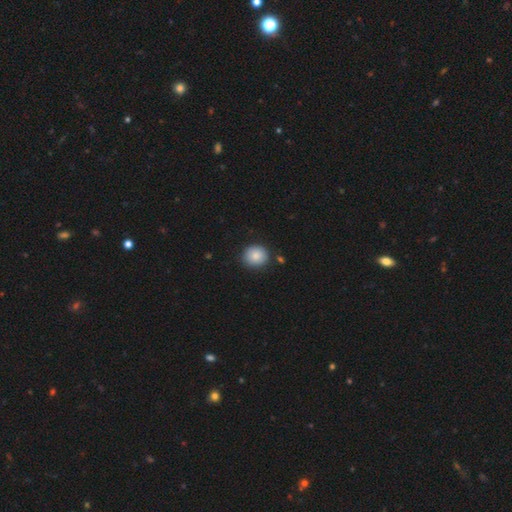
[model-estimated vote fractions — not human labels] Smooth or featured: smooth — 86% (star or artifact — 8%)
How rounded: round — 81% (in between — 18%)
Merging: none — 85% (minor disturbance — 10%)